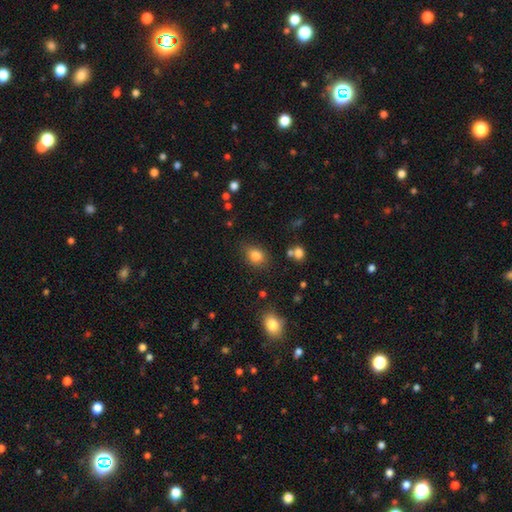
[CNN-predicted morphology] A smooth galaxy with no disk features (82%) that is in between round and cigar-shaped (51%).

Vote fractions:
- Smooth or featured? smooth: 82% / star or artifact: 11% / featured or disk: 7%
- How rounded? in between: 51% / round: 48% / cigar-shaped: 1%
- Merging? none: 75% / minor disturbance: 17% / major disturbance: 5% / merger: 4%